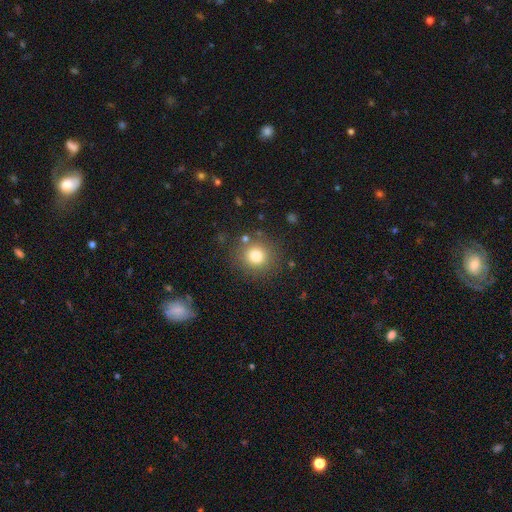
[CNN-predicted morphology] Smooth or featured? Predicted: smooth (p=0.78). How rounded? Predicted: round (p=0.91). Merging? Predicted: none (p=0.84).